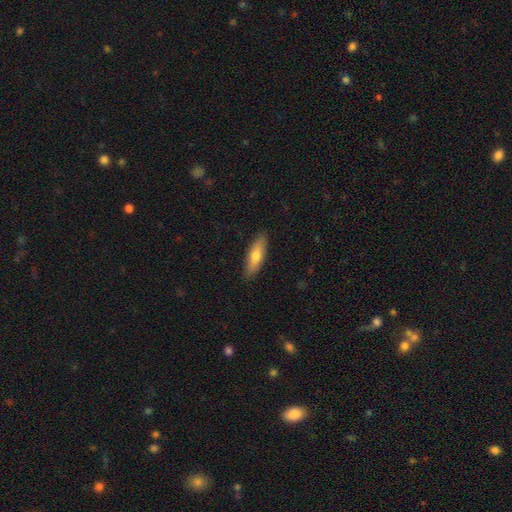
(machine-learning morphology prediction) Smooth or featured: smooth — 70% (featured or disk — 25%)
How rounded: cigar-shaped — 51% (in between — 47%)
Merging: none — 89% (minor disturbance — 9%)